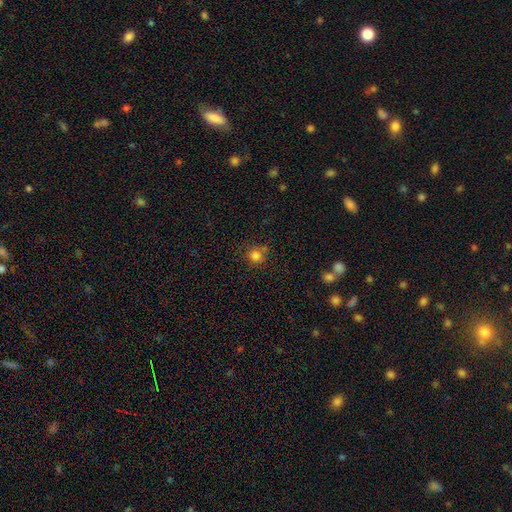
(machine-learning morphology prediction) Q: Smooth or featured?
A: smooth (81%); runner-up: star or artifact (14%)
Q: How rounded?
A: round (90%); runner-up: in between (9%)
Q: Merging?
A: none (72%); runner-up: minor disturbance (14%)